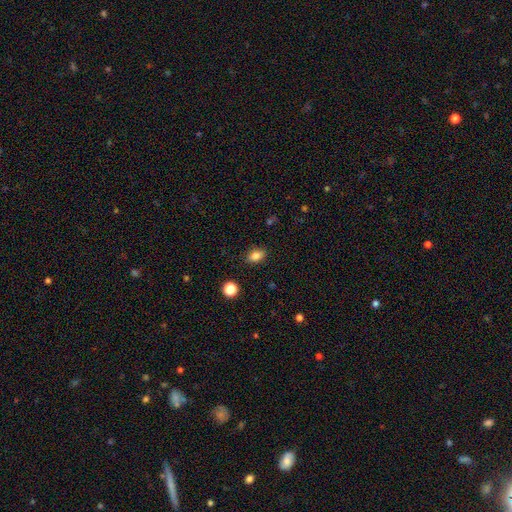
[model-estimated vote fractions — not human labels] This is clearly a smooth galaxy (83%). How rounded: clearly in between (82%). Merging: clearly none (86%).